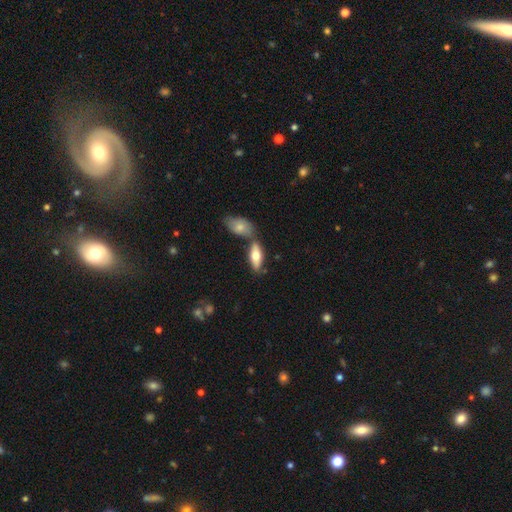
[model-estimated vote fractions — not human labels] smooth 64%, featured or disk 30%, star or artifact 6%. Down the decision tree: how rounded — in between (71%); merging — none (60%).